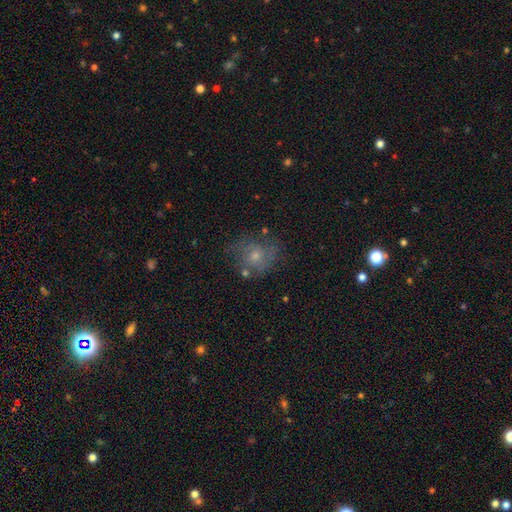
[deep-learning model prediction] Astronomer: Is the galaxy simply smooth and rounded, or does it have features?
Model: featured or disk — 44% (runner-up: smooth, 36%).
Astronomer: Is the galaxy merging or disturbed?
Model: none — 66%.